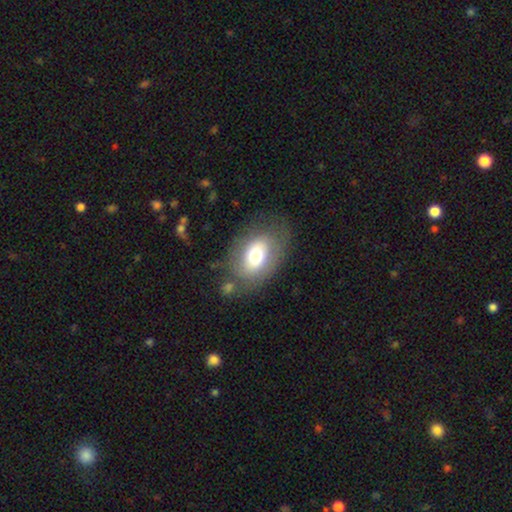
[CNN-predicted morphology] Smooth or featured? smooth (60%)
How rounded? in between (80%)
Merging? none (64%)